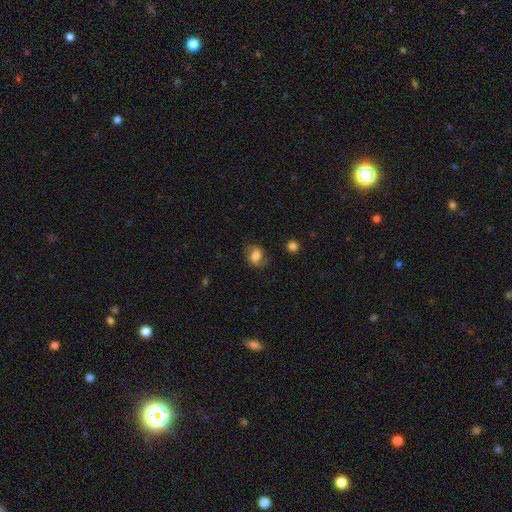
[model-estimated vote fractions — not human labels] Smooth or featured?
  - smooth: 69% *
  - featured or disk: 21%
  - star or artifact: 10%
How rounded?
  - round: 53% *
  - in between: 46%
  - cigar-shaped: 1%
Merging?
  - none: 73% *
  - minor disturbance: 18%
  - major disturbance: 8%
  - merger: 1%